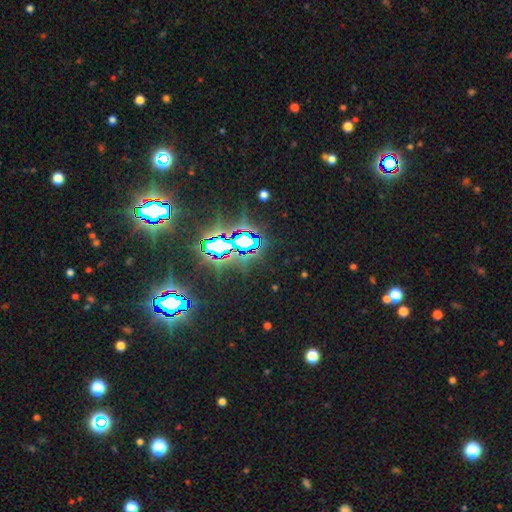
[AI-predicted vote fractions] smooth-or-featured: star or artifact: 84% | smooth: 8% | featured or disk: 8%